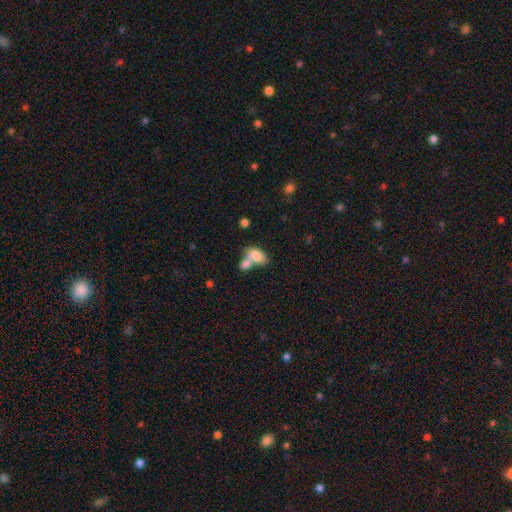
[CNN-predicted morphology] smooth-or-featured: smooth: 77% | featured or disk: 15% | star or artifact: 8%
  how-rounded: in between: 87% | round: 11% | cigar-shaped: 2%
  merging: merger: 60% | none: 26% | minor disturbance: 9% | major disturbance: 4%